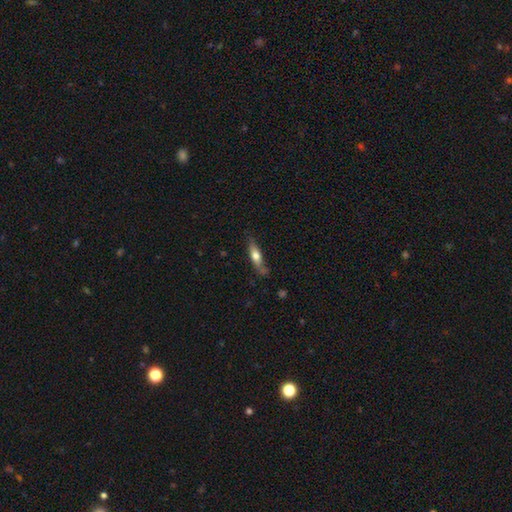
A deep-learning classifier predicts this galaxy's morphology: smooth_or_featured: smooth (p=0.56) [alt: featured or disk p=0.38]
how_rounded: cigar-shaped (p=0.68) [alt: in between p=0.30]
merging: none (p=0.68) [alt: minor disturbance p=0.22]